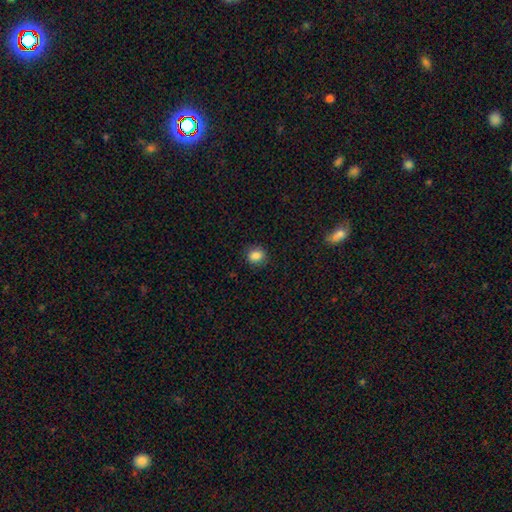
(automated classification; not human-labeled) smooth 85%, star or artifact 10%, featured or disk 4%. Down the decision tree: how rounded — round (66%); merging — none (87%).